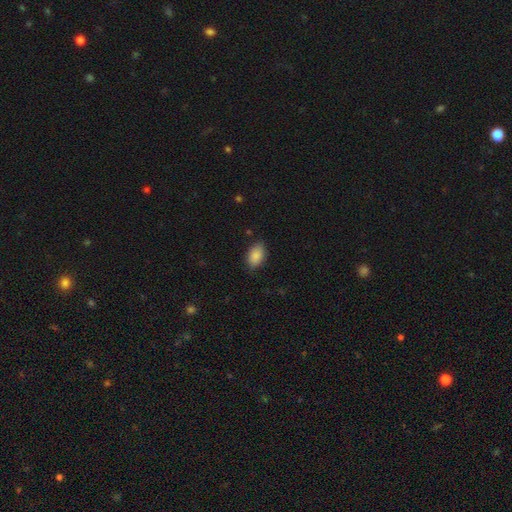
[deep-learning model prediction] A smooth galaxy with no disk features (87%) that is in between round and cigar-shaped (90%).

Vote fractions:
- Smooth or featured? smooth: 87% / star or artifact: 7% / featured or disk: 5%
- How rounded? in between: 90% / round: 9% / cigar-shaped: 2%
- Merging? none: 83% / minor disturbance: 14% / major disturbance: 3% / merger: 1%